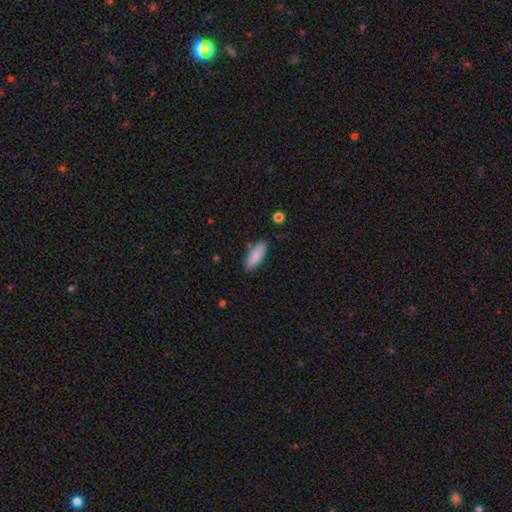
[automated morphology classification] smooth 87%, featured or disk 7%, star or artifact 6%. Down the decision tree: how rounded — in between (68%); merging — none (84%).